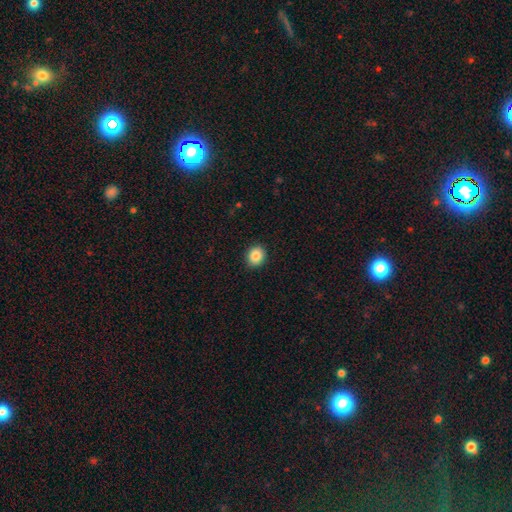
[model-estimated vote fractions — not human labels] smooth 86%, star or artifact 9%, featured or disk 5%. Down the decision tree: how rounded — round (76%); merging — none (92%).